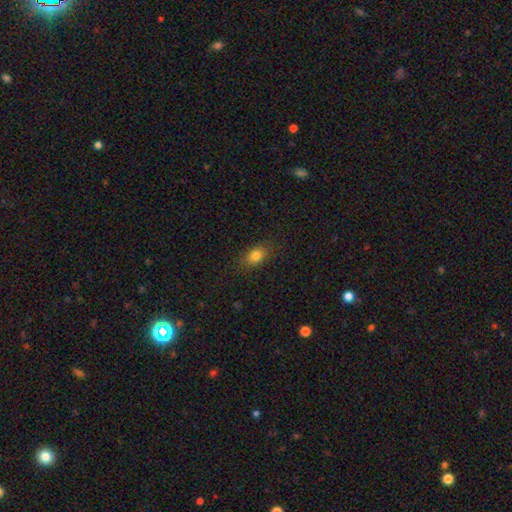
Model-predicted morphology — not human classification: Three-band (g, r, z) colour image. It shows a smooth galaxy with no disk features (80%) that is in between round and cigar-shaped (69%). Merging: none (83%).